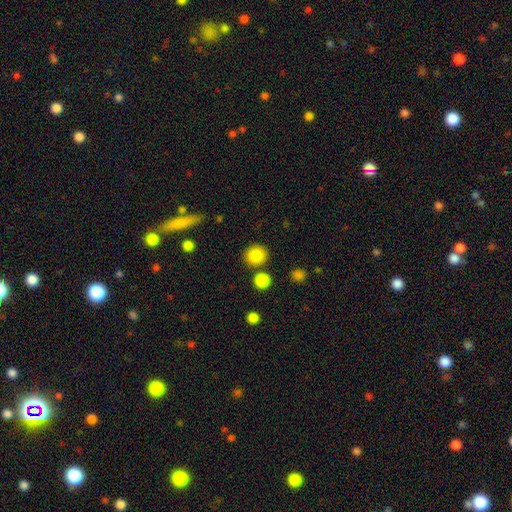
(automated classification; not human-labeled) Q: Smooth or featured?
A: smooth (86%); runner-up: star or artifact (10%)
Q: How rounded?
A: round (83%); runner-up: in between (16%)
Q: Merging?
A: none (82%); runner-up: minor disturbance (8%)